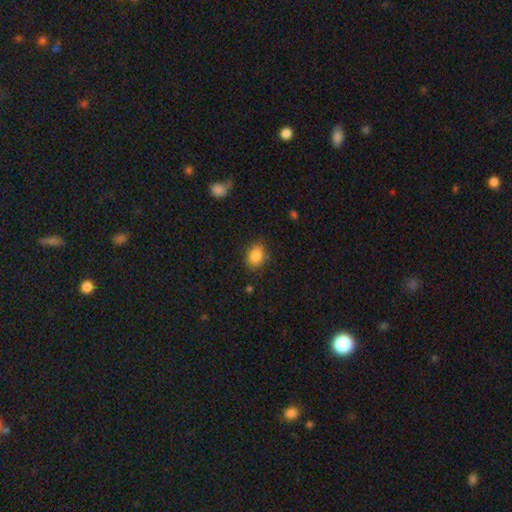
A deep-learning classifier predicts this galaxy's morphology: smooth_or_featured: smooth (p=0.85) [alt: star or artifact p=0.09]
how_rounded: in between (p=0.67) [alt: round p=0.32]
merging: none (p=0.82) [alt: minor disturbance p=0.14]